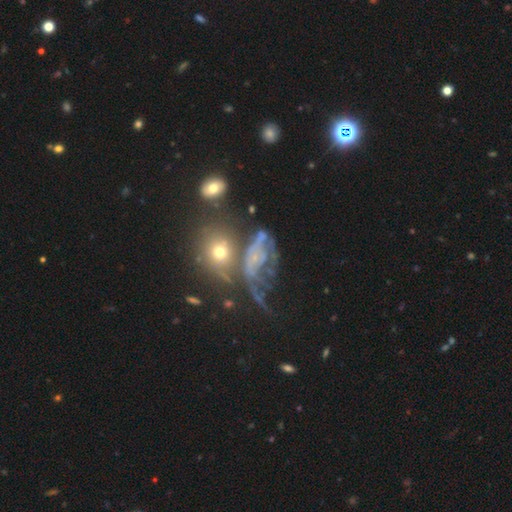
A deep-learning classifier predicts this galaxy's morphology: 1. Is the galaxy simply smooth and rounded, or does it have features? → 61% featured or disk, 20% smooth, 19% star or artifact.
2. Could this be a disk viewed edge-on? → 94% no, 6% yes.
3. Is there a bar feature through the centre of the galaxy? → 75% no, 18% weak, 7% strong.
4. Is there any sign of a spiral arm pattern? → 59% yes, 41% no.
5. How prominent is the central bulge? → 52% small, 26% none, 17% moderate, 3% large, 2% dominant.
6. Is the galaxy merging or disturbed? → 36% major disturbance, 28% none, 20% merger, 16% minor disturbance.